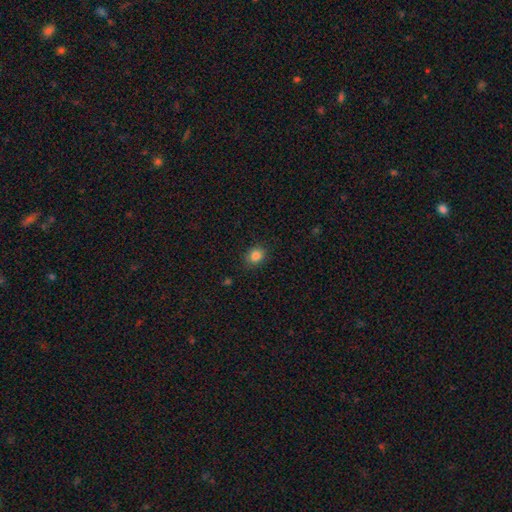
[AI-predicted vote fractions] The model was most divided on "how rounded": round: 58%, in between: 41%, cigar-shaped: 1%. More confident: merging — none (86%); smooth or featured — smooth (85%).